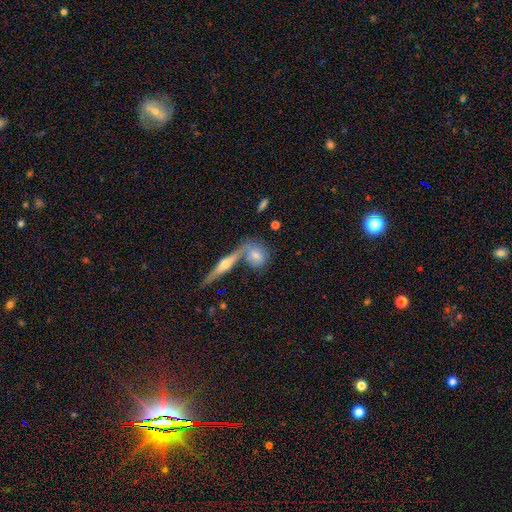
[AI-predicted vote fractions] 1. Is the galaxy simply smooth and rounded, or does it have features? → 60% smooth, 31% featured or disk, 8% star or artifact.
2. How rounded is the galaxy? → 50% round, 39% in between, 10% cigar-shaped.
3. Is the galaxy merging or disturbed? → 51% none, 32% merger, 12% minor disturbance, 5% major disturbance.